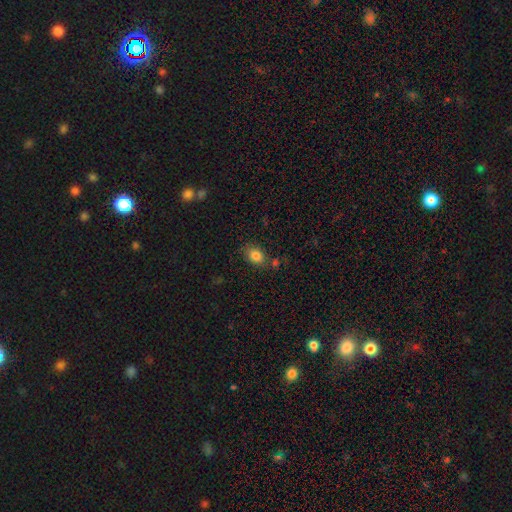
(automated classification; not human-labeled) This appears to be a smooth galaxy with no disk features (83%) that is in between round and cigar-shaped (68%). Merging: none (74%).